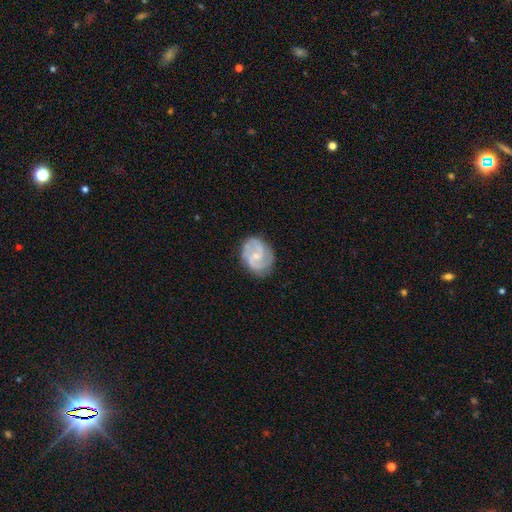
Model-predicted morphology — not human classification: smooth_or_featured: featured or disk (p=0.82) [alt: smooth p=0.13]
disk_edge_on: no (p=0.98) [alt: yes p=0.02]
bar: no (p=0.48) [alt: weak p=0.44]
has_spiral_arms: yes (p=0.95) [alt: no p=0.05]
spiral_winding: medium (p=0.52) [alt: tight p=0.32]
spiral_arm_count: 2 (p=0.75) [alt: 3 p=0.10]
bulge_size: small (p=0.62) [alt: moderate p=0.30]
merging: none (p=0.77) [alt: minor disturbance p=0.17]